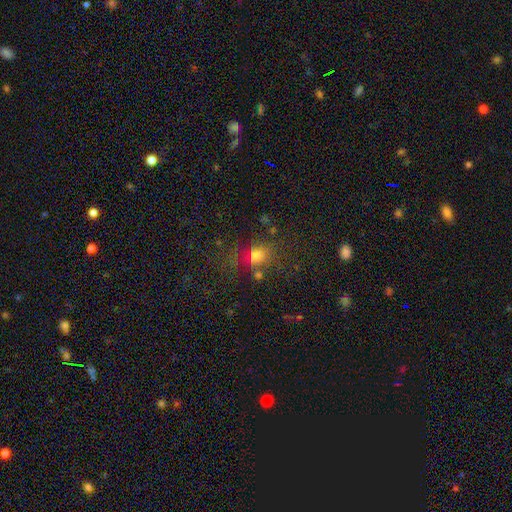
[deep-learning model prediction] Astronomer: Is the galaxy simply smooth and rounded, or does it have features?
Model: smooth — 69%.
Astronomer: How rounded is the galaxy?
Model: round — 63%.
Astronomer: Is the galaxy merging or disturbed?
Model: none — 60%.